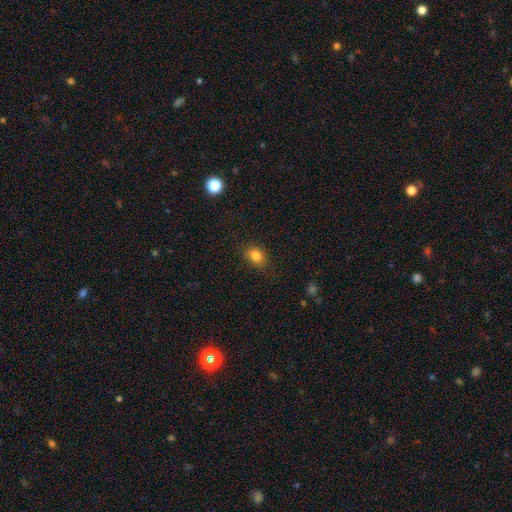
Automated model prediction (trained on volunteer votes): Morphology: type=smooth (82%); roundness=in between (51%); merging=none (83%).